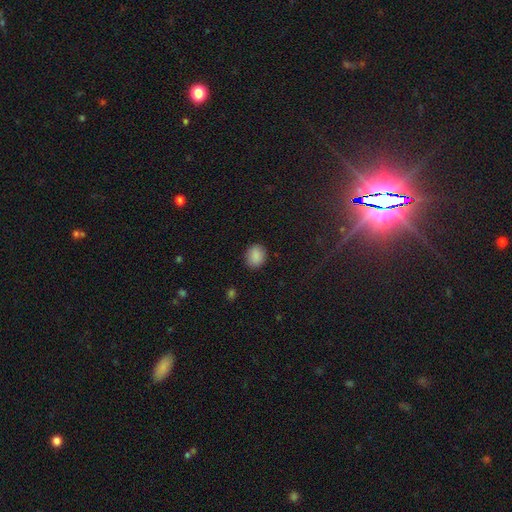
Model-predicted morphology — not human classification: Smooth or featured? Predicted: smooth (p=0.88). How rounded? Predicted: round (p=0.63). Merging? Predicted: none (p=0.88).